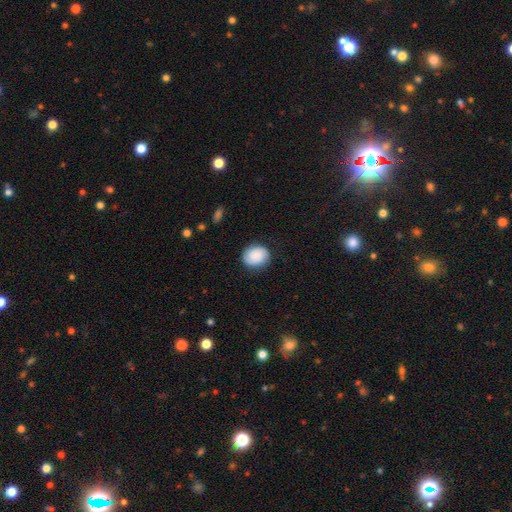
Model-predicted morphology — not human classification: Smooth or featured? Predicted: smooth (p=0.74). How rounded? Predicted: round (p=0.64). Merging? Predicted: none (p=0.81).